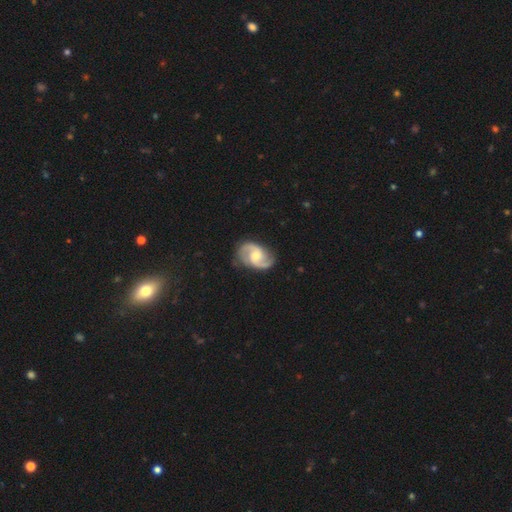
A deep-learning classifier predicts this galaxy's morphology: This is clearly a featured or disk galaxy (90%). It is clearly not viewed edge-on (98%). Bar: possibly no (51%). Spiral arm pattern: clearly yes (98%). Spiral arm count: clearly 2 (93%). Spiral winding: possibly medium (57%). Central bulge: likely moderate (61%). Merging: clearly none (82%).